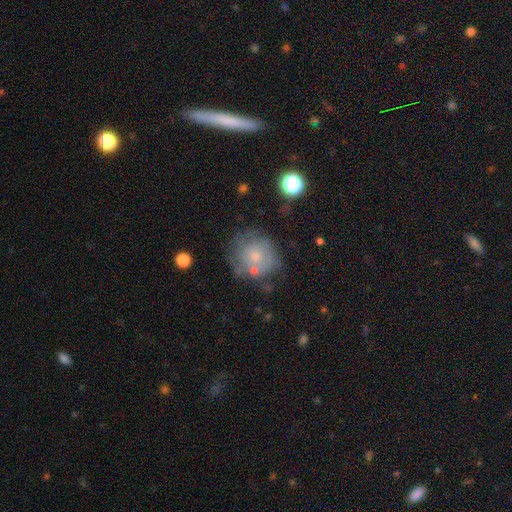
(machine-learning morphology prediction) Smooth or featured?
  - smooth: 53% *
  - featured or disk: 38%
  - star or artifact: 9%
How rounded?
  - round: 83% *
  - in between: 16%
  - cigar-shaped: 1%
Merging?
  - none: 53% *
  - minor disturbance: 24%
  - major disturbance: 13%
  - merger: 10%